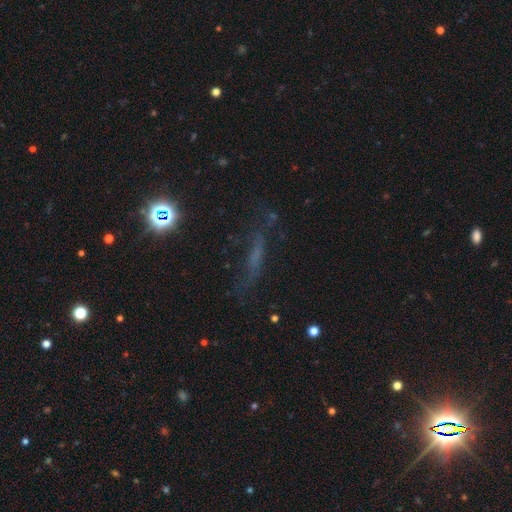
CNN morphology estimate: featured or disk 36%, smooth 33%, star or artifact 30%. Down the decision tree: merging — none (61%).